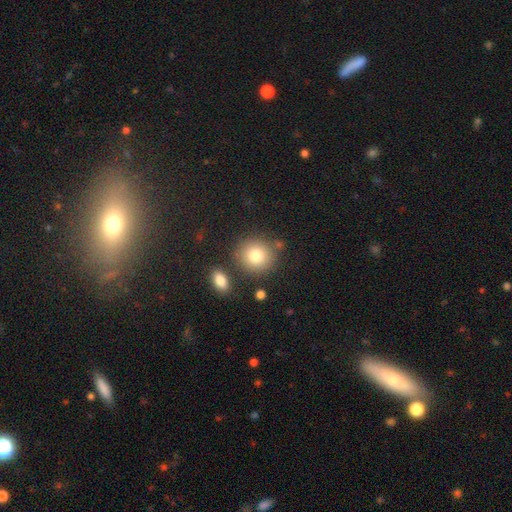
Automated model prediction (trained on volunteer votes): A smooth galaxy with no disk features (81%) that is round (88%). Merging: none (79%).